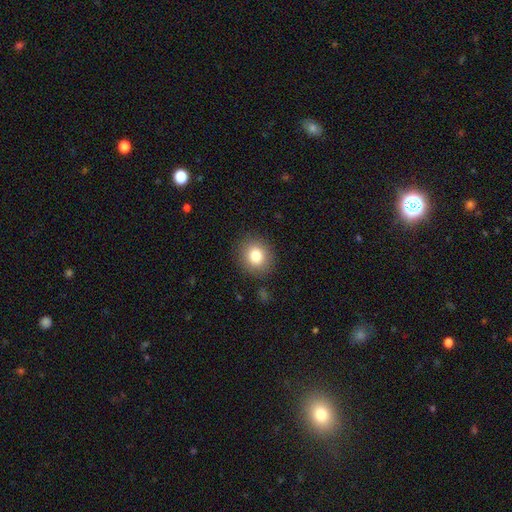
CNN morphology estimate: A smooth galaxy with no disk features (81%) that is round (76%).

Vote fractions:
- Smooth or featured? smooth: 81% / star or artifact: 10% / featured or disk: 9%
- How rounded? round: 76% / in between: 23% / cigar-shaped: 1%
- Merging? none: 88% / minor disturbance: 8% / major disturbance: 3% / merger: 1%